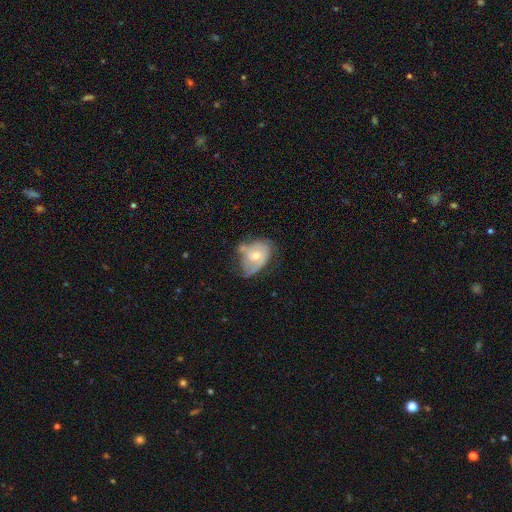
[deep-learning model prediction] The model was most divided on "merging": minor disturbance: 33%, none: 31%, major disturbance: 23%, merger: 12%. More confident: edge-on disk — no (96%); bar — no (70%); spiral arms — yes (67%); bulge size — moderate (59%); smooth or featured — featured or disk (58%).